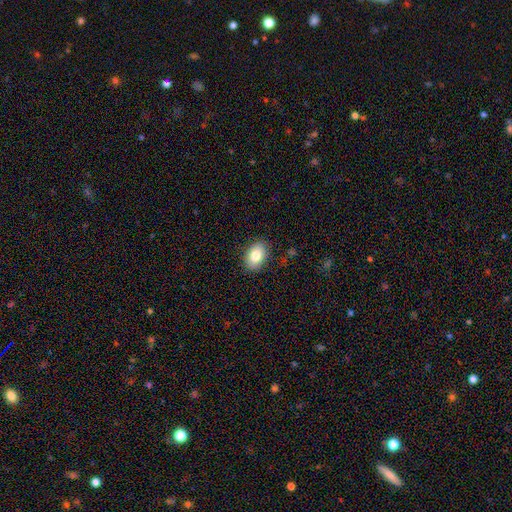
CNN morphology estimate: Smooth or featured?
  - smooth: 82% *
  - featured or disk: 10%
  - star or artifact: 8%
How rounded?
  - in between: 84% *
  - round: 15%
  - cigar-shaped: 1%
Merging?
  - none: 87% *
  - minor disturbance: 10%
  - major disturbance: 2%
  - merger: 1%